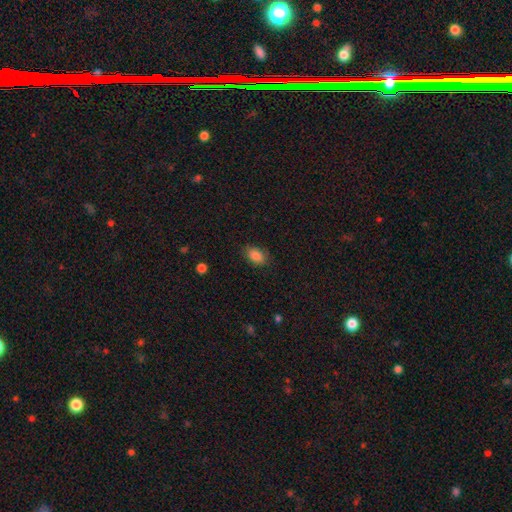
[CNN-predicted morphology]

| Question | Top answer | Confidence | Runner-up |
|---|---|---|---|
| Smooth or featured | smooth | 87% | star or artifact (8%) |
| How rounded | in between | 88% | round (10%) |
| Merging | none | 82% | minor disturbance (13%) |